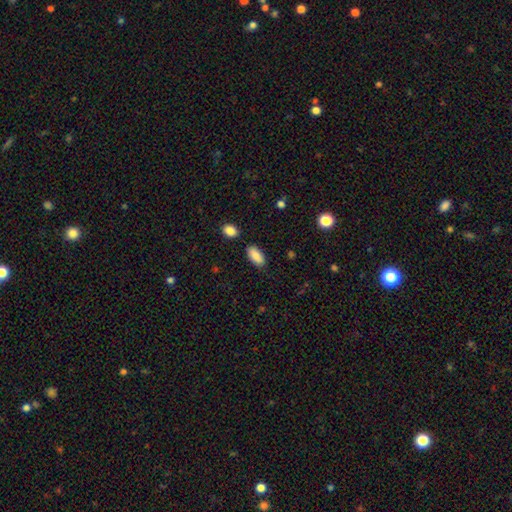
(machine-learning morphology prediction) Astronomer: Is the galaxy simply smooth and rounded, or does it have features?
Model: smooth — 88%.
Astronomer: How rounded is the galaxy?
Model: in between — 89%.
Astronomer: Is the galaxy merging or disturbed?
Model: none — 84%.